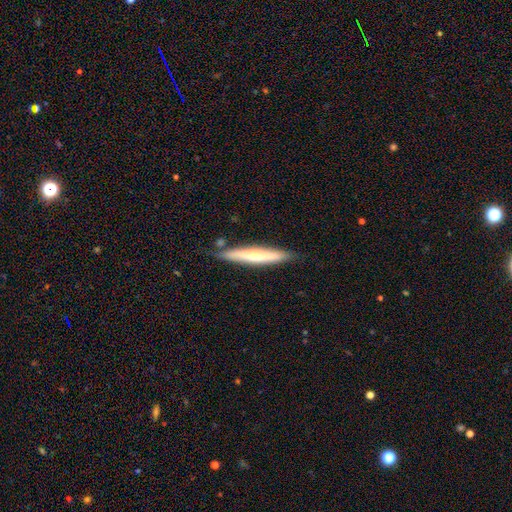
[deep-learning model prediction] Morphology: type=smooth (48%); merging=none (80%).